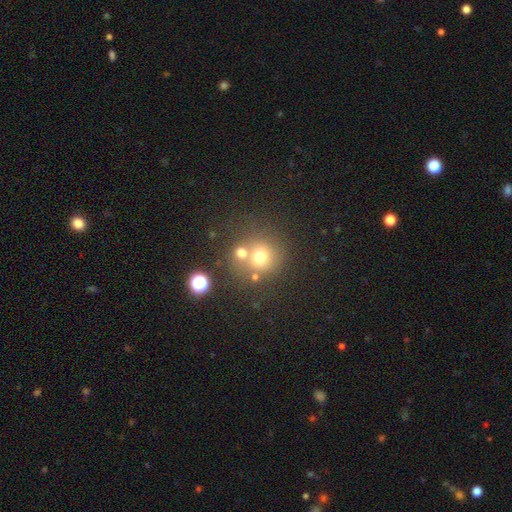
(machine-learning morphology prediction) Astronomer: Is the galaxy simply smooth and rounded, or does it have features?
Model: smooth — 64%.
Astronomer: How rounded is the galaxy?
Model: round — 88%.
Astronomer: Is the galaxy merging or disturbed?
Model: none — 55% (runner-up: merger, 33%).